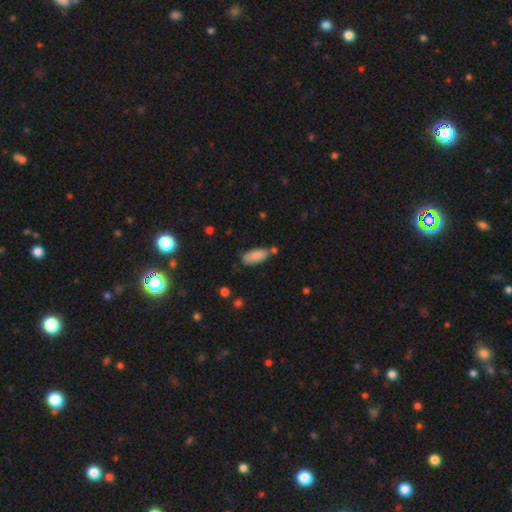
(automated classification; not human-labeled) Smooth or featured?
  - smooth: 86% *
  - featured or disk: 7%
  - star or artifact: 7%
How rounded?
  - in between: 84% *
  - cigar-shaped: 15%
  - round: 2%
Merging?
  - none: 65% *
  - minor disturbance: 20%
  - merger: 11%
  - major disturbance: 4%